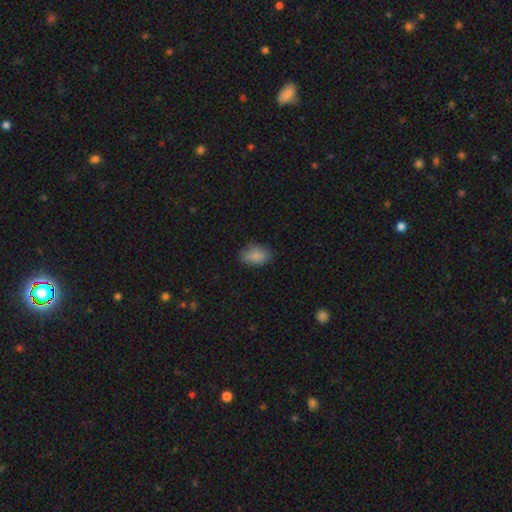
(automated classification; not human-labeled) Morphology: type=smooth (86%); roundness=in between (86%); merging=none (78%).